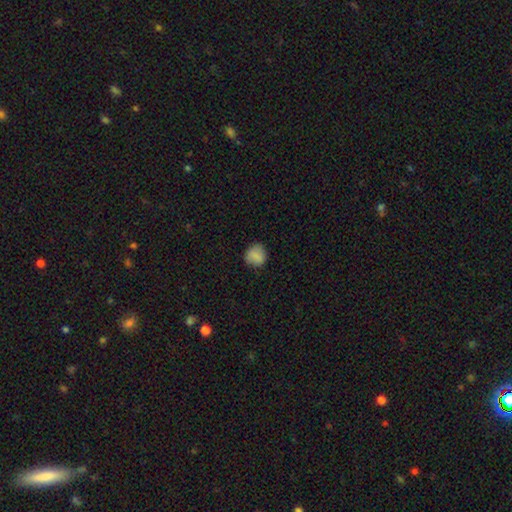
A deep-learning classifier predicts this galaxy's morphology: A smooth galaxy with no disk features (84%) that is round (83%). Merging: none (81%).